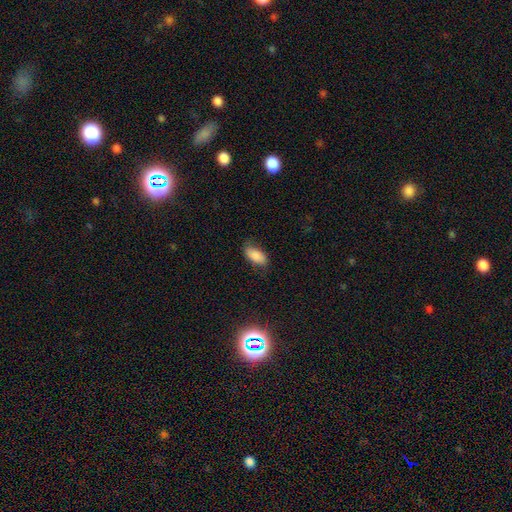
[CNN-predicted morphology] Q: Smooth or featured?
A: smooth (81%); runner-up: featured or disk (11%)
Q: How rounded?
A: in between (91%); runner-up: cigar-shaped (6%)
Q: Merging?
A: none (72%); runner-up: minor disturbance (21%)